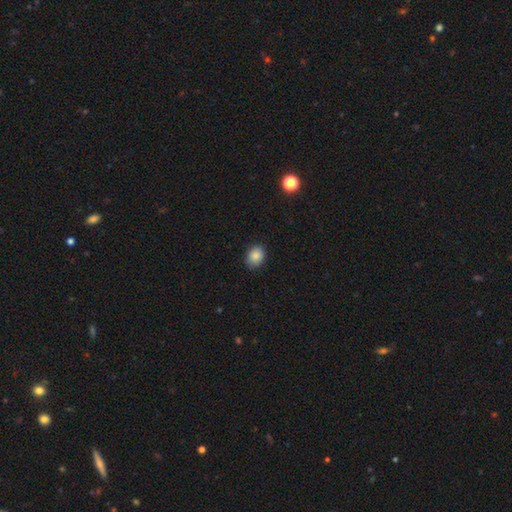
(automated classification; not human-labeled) A smooth galaxy with no disk features (86%) that is in between round and cigar-shaped (61%). Merging: none (86%).